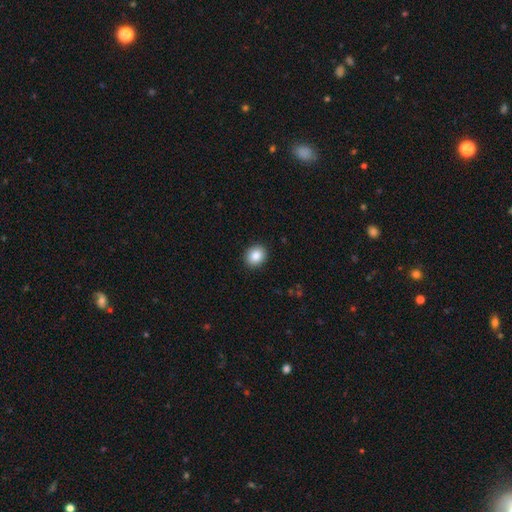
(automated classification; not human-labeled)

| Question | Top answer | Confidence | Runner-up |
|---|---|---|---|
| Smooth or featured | smooth | 86% | star or artifact (9%) |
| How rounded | round | 69% | in between (31%) |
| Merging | none | 92% | minor disturbance (6%) |